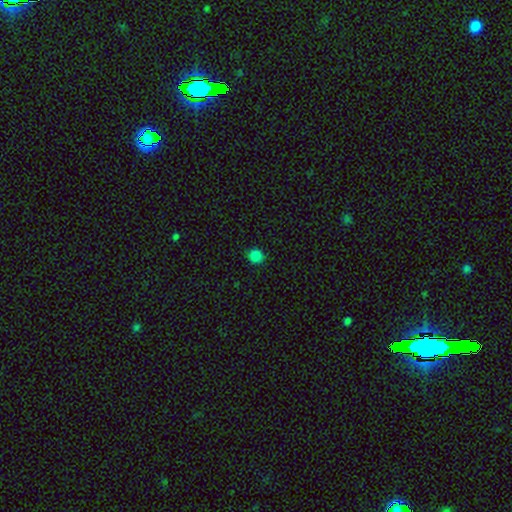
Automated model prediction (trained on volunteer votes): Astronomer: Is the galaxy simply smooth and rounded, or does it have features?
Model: smooth — 84%.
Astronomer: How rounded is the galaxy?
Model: round — 88%.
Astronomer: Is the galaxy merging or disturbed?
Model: none — 91%.